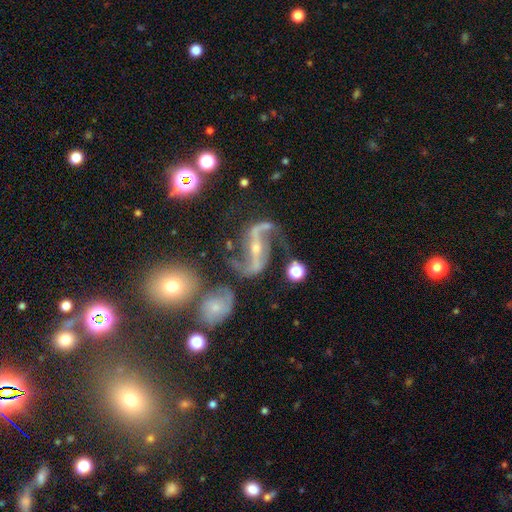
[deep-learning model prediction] Smooth or featured? Predicted: featured or disk (p=0.90). Edge-on disk? Predicted: no (p=0.96). Bar? Predicted: strong (p=0.66). Spiral arms? Predicted: yes (p=0.97). Spiral winding? Predicted: loose (p=0.63). Spiral arm count? Predicted: 2 (p=0.93). Bulge size? Predicted: small (p=0.63). Merging? Predicted: none (p=0.62).